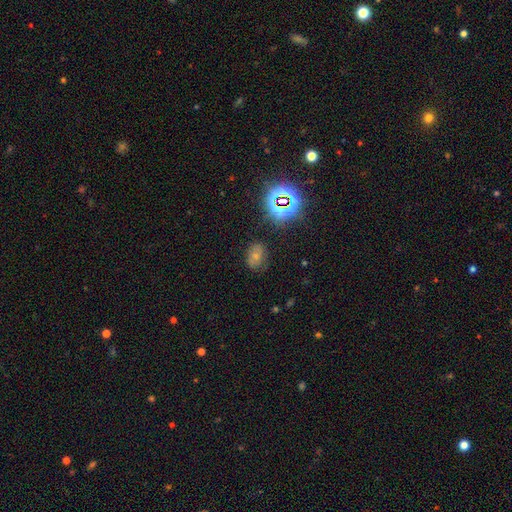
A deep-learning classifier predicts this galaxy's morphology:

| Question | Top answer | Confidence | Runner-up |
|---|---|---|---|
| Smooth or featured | smooth | 56% | star or artifact (27%) |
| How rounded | in between | 73% | round (25%) |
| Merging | none | 71% | minor disturbance (20%) |